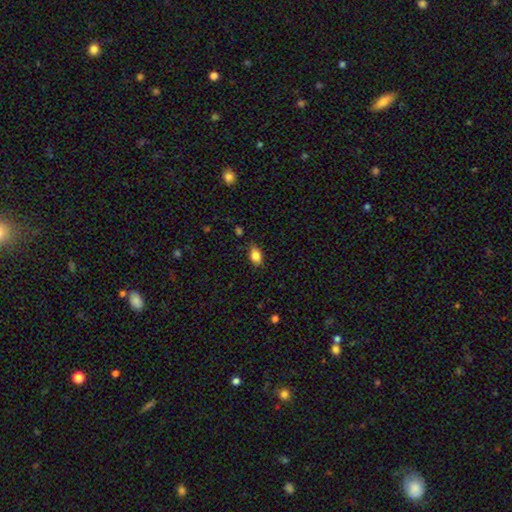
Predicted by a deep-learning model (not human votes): The model was most divided on "merging": none: 78%, minor disturbance: 17%, major disturbance: 3%, merger: 1%. More confident: smooth or featured — smooth (84%); how rounded — in between (84%).